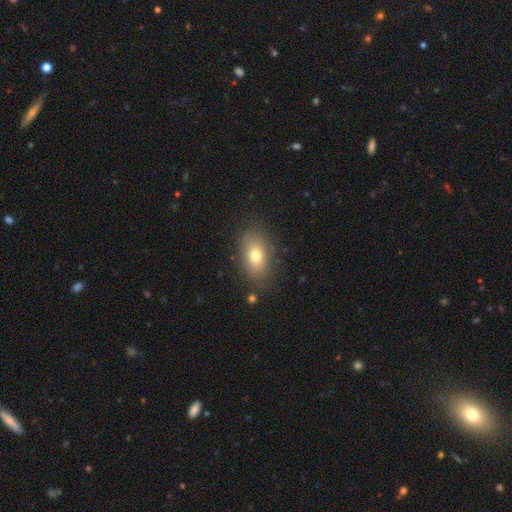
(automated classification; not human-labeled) A smooth galaxy with no disk features (75%) that is in between round and cigar-shaped (84%). Merging: none (81%).